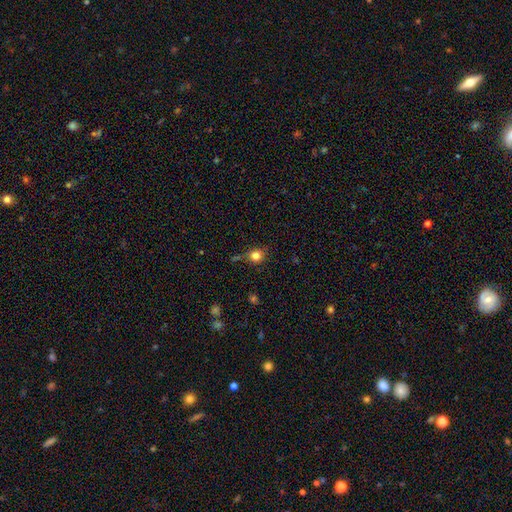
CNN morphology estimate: smooth 81%, star or artifact 13%, featured or disk 6%. Down the decision tree: how rounded — round (86%); merging — none (73%).